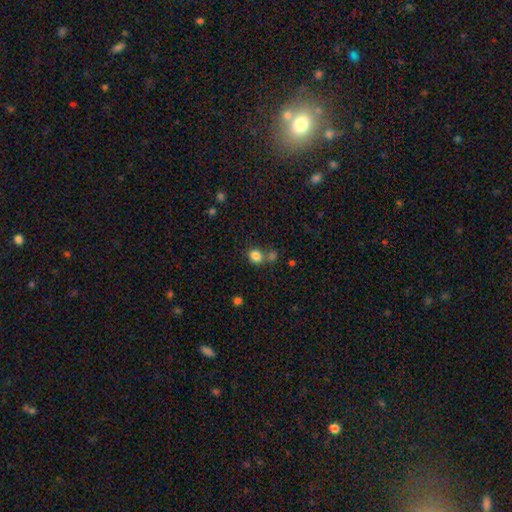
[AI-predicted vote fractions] smooth 82%, star or artifact 12%, featured or disk 6%. Down the decision tree: how rounded — round (68%); merging — none (57%).